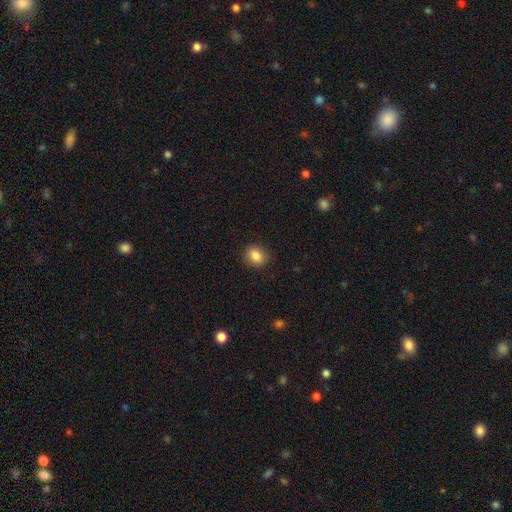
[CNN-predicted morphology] Smooth or featured? Predicted: smooth (p=0.86). How rounded? Predicted: round (p=0.53). Merging? Predicted: none (p=0.87).